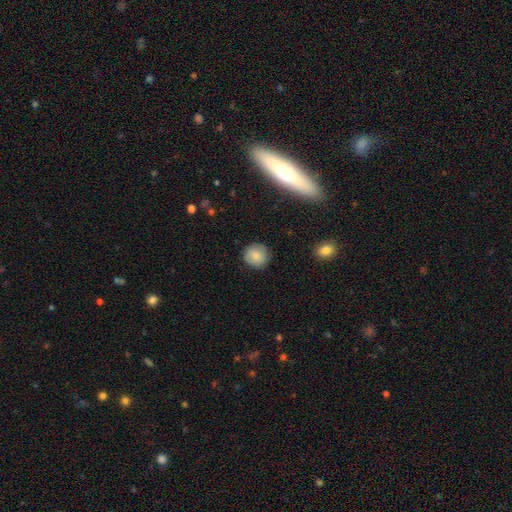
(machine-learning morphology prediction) A smooth galaxy with no disk features (82%) that is round (92%). Merging: none (87%).